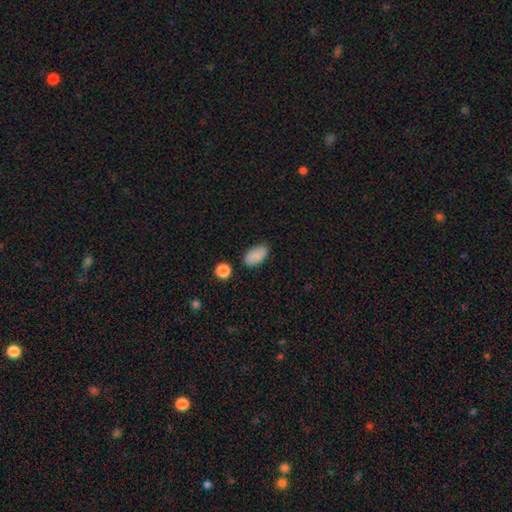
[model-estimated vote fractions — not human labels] Smooth or featured: smooth — 83% (star or artifact — 9%)
How rounded: in between — 92% (round — 5%)
Merging: none — 79% (minor disturbance — 14%)